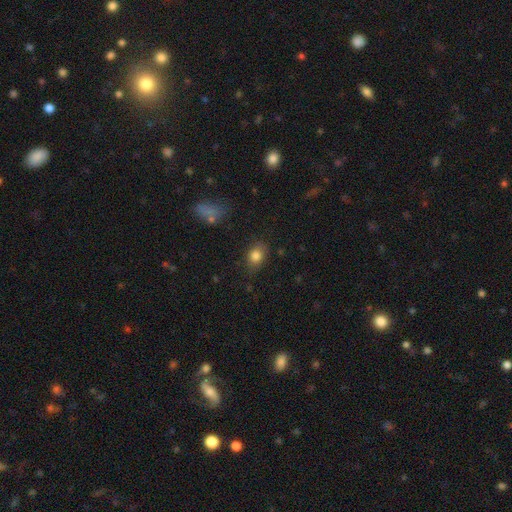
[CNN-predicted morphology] smooth 82%, star or artifact 10%, featured or disk 8%. Down the decision tree: how rounded — in between (65%); merging — none (76%).